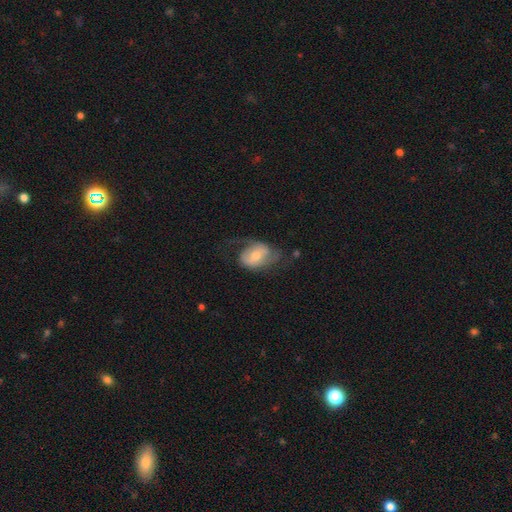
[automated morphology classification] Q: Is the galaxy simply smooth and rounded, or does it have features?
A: featured or disk — 58%.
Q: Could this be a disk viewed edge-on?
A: no — 96%.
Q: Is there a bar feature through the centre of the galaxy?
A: no — 49%.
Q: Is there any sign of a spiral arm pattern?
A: yes — 78%.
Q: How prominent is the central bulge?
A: moderate — 53%.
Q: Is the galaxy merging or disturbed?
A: none — 46%.